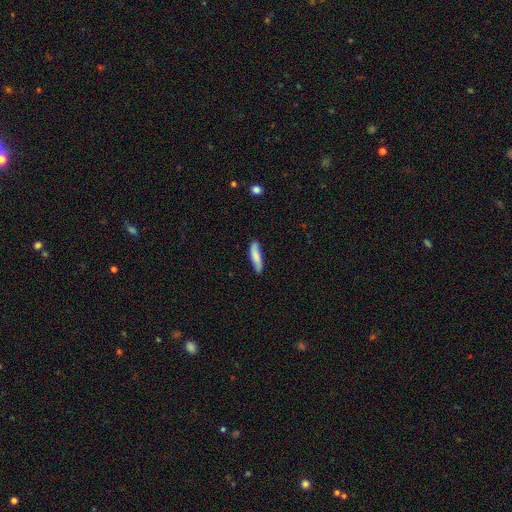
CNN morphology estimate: This appears to be a smooth galaxy with no disk features (75%) that is cigar-shaped (73%). Merging: none (79%).